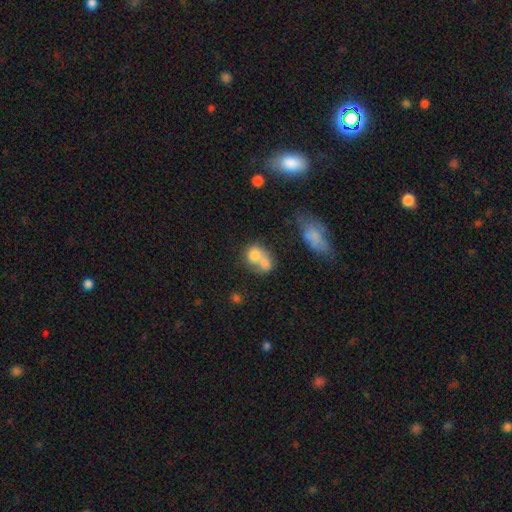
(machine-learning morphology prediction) Smooth or featured? smooth (69%)
How rounded? round (54%)
Merging? merger (67%)